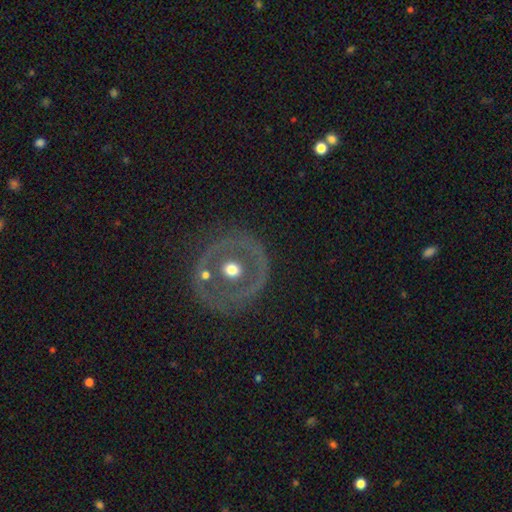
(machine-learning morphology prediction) type=featured or disk (64%); edge-on=no (94%); bar=no (67%); spiral arms=no (82%); bulge=moderate (71%); merging=none (81%).